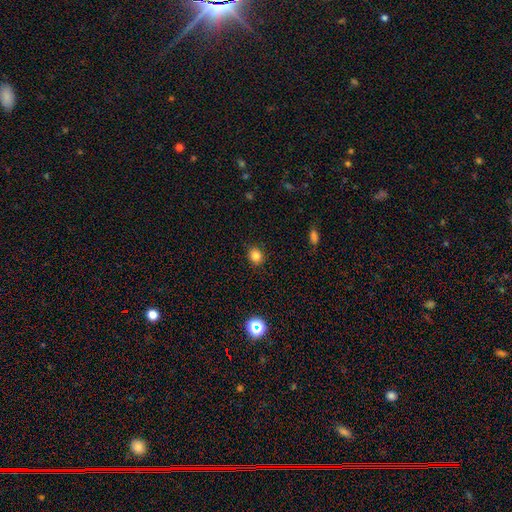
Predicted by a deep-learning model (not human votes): This is clearly a smooth galaxy (83%). How rounded: likely round (75%). Merging: clearly none (89%).